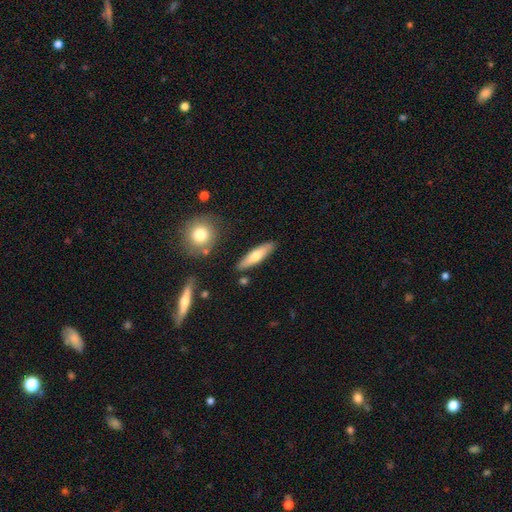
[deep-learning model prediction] Smooth or featured: smooth — 64% (featured or disk — 31%)
How rounded: cigar-shaped — 70% (in between — 27%)
Merging: none — 85% (minor disturbance — 9%)